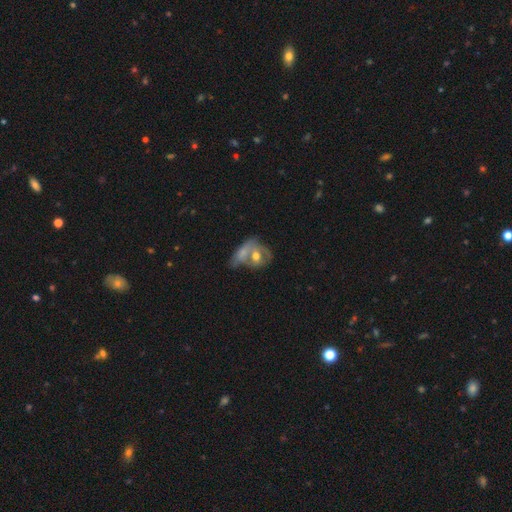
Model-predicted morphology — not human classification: Q: Smooth or featured?
A: smooth (51%); runner-up: featured or disk (43%)
Q: How rounded?
A: in between (54%); runner-up: round (43%)
Q: Merging?
A: merger (57%); runner-up: none (24%)